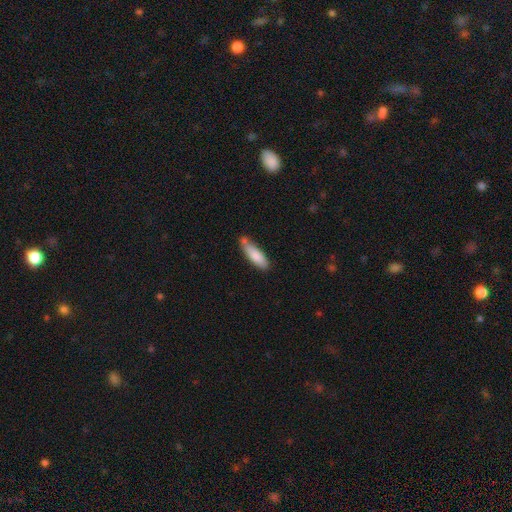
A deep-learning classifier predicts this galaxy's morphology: Smooth or featured?
  - smooth: 81% *
  - featured or disk: 13%
  - star or artifact: 6%
How rounded?
  - cigar-shaped: 58% *
  - in between: 40%
  - round: 2%
Merging?
  - none: 56% *
  - minor disturbance: 27%
  - merger: 11%
  - major disturbance: 5%